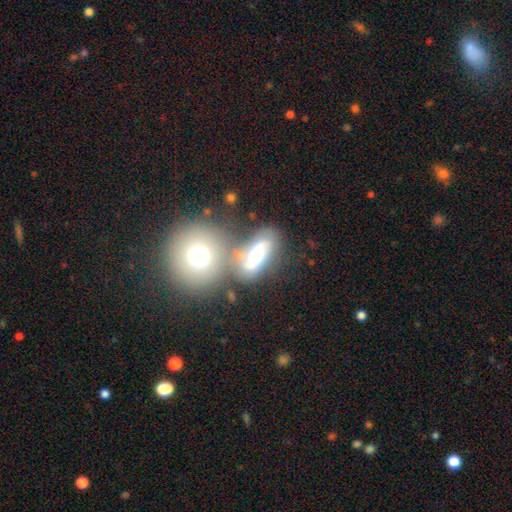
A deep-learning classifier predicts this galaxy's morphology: Smooth or featured: smooth — 47% (featured or disk — 40%)
Merging: none — 43% (merger — 31%)